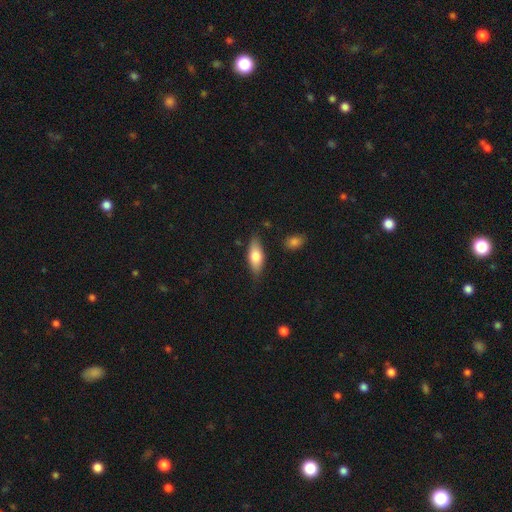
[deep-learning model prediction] A smooth galaxy with no disk features (72%) that is in between round and cigar-shaped (76%). Merging: none (78%).